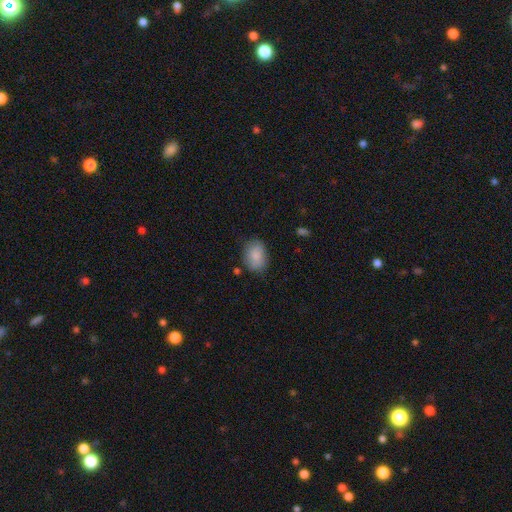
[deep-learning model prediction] The model was most divided on "how rounded": in between: 71%, round: 28%, cigar-shaped: 1%. More confident: smooth or featured — smooth (84%); merging — none (76%).